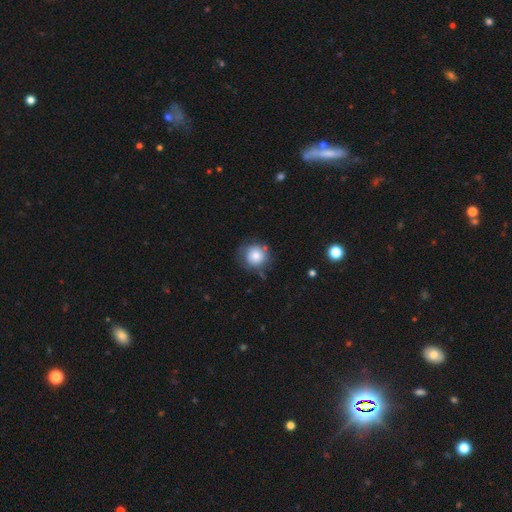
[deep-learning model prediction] The model was most divided on "merging": none: 69%, minor disturbance: 20%, major disturbance: 7%, merger: 3%. More confident: how rounded — round (92%); smooth or featured — smooth (78%).